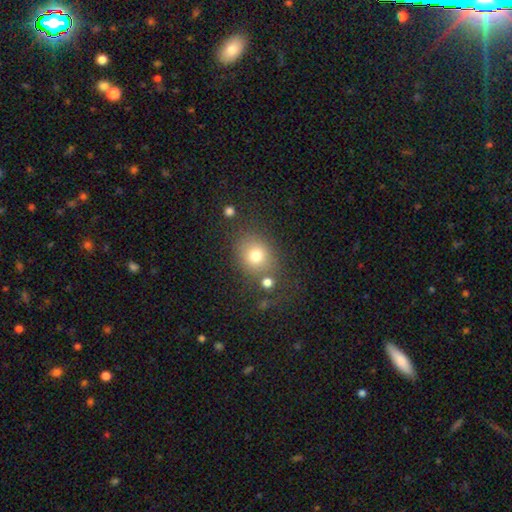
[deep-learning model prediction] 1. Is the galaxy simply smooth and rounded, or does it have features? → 76% smooth, 14% star or artifact, 10% featured or disk.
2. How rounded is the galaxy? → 67% round, 32% in between, 1% cigar-shaped.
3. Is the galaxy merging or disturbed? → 71% none, 13% minor disturbance, 10% merger, 6% major disturbance.